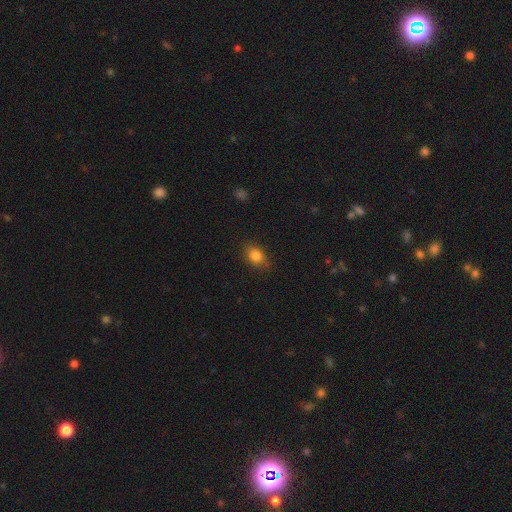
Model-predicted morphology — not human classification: smooth 84%, star or artifact 10%, featured or disk 7%. Down the decision tree: how rounded — in between (69%); merging — none (80%).